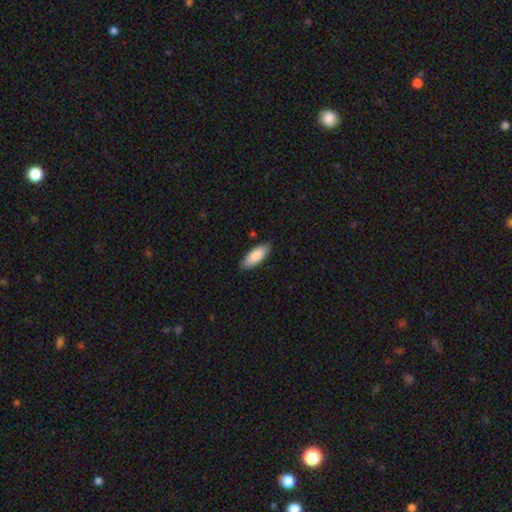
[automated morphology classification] Smooth or featured: smooth — 87% (featured or disk — 8%)
How rounded: in between — 71% (cigar-shaped — 27%)
Merging: none — 85% (minor disturbance — 12%)